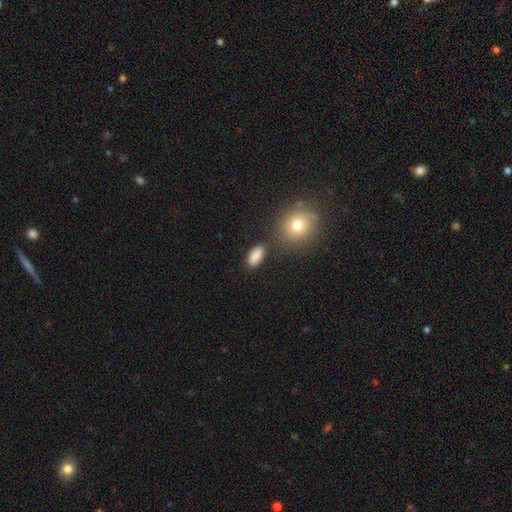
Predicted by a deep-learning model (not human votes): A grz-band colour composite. It shows a smooth galaxy with no disk features (87%) that is in between round and cigar-shaped (88%). Merging: none (77%).